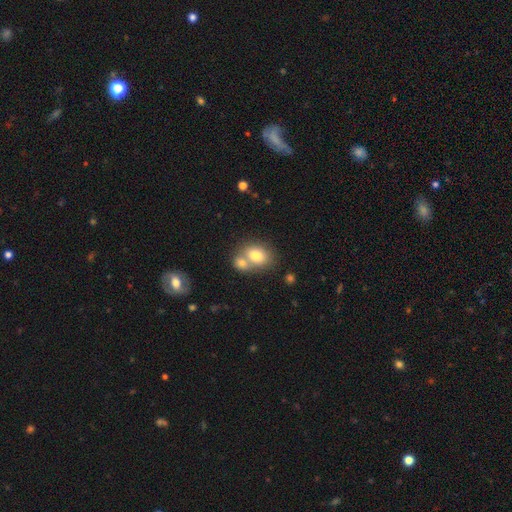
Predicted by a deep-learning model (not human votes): Smooth or featured? Predicted: smooth (p=0.77). How rounded? Predicted: in between (p=0.66). Merging? Predicted: merger (p=0.54).